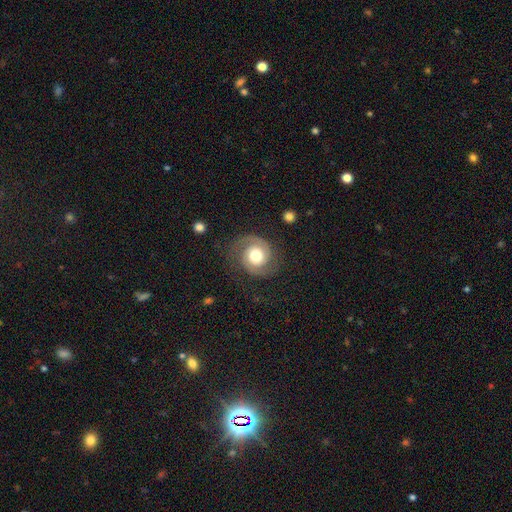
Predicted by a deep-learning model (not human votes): This is likely a featured or disk galaxy (79%). It is clearly not viewed edge-on (98%). Bar: likely no (72%). Spiral arm pattern: clearly yes (95%). Spiral arm count: clearly 2 (87%). Spiral winding: possibly tight (45%). Central bulge: possibly moderate (60%). Merging: likely none (75%).